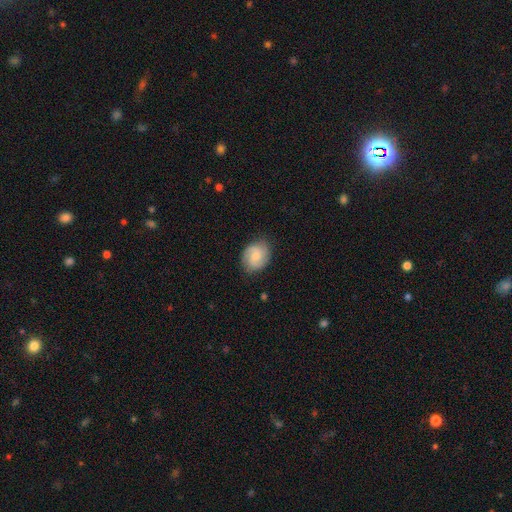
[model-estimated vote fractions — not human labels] A featured or disk galaxy (58%) with no bar (58%), 2 (78%) medium (48%) spiral arms (93%) and a small central bulge (54%).

Vote fractions:
- Smooth or featured? featured or disk: 58% / smooth: 35% / star or artifact: 7%
- Edge-on disk? no: 97% / yes: 3%
- Bar? no: 58% / weak: 37% / strong: 5%
- Spiral arms? yes: 93% / no: 7%
- Spiral winding? medium: 48% / tight: 32% / loose: 20%
- Spiral arm count? 2: 78% / can't tell: 9% / 3: 8% / 1: 2% / 4: 2% / more than 4: 2%
- Bulge size? small: 54% / moderate: 38% / none: 5% / large: 2% / dominant: 1%
- Merging? none: 82% / minor disturbance: 13% / major disturbance: 3% / merger: 1%